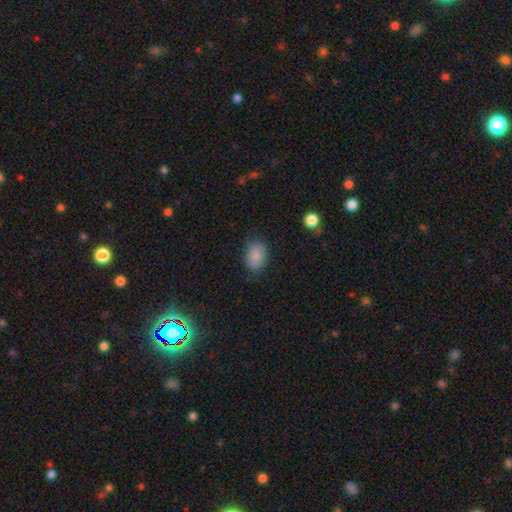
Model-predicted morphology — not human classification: Smooth or featured?
  - smooth: 87% *
  - star or artifact: 8%
  - featured or disk: 6%
How rounded?
  - in between: 80% *
  - round: 19%
  - cigar-shaped: 1%
Merging?
  - none: 80% *
  - minor disturbance: 15%
  - major disturbance: 4%
  - merger: 1%